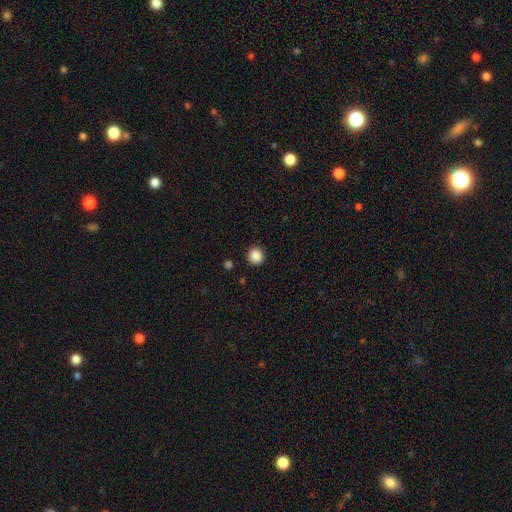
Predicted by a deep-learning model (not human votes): Morphology: type=smooth (87%); roundness=round (91%); merging=none (90%).